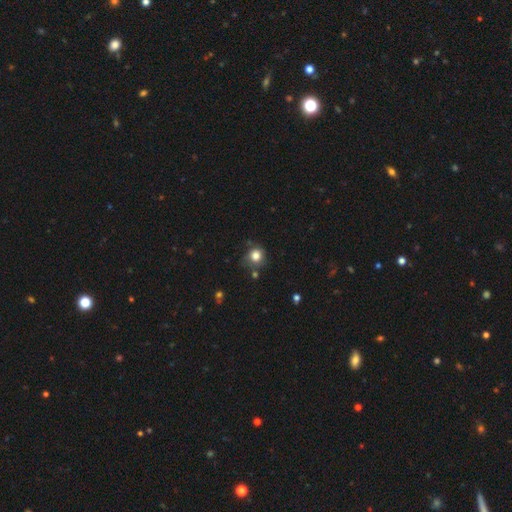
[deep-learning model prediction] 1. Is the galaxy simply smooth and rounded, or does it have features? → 81% smooth, 11% star or artifact, 8% featured or disk.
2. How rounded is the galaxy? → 87% round, 12% in between, 1% cigar-shaped.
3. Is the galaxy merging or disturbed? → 70% none, 19% minor disturbance, 6% merger, 6% major disturbance.